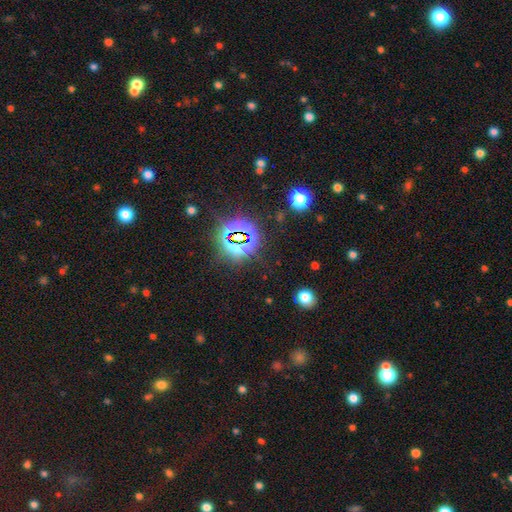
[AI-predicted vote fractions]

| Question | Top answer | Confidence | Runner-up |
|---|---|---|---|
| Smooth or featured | star or artifact | 81% | smooth (12%) |